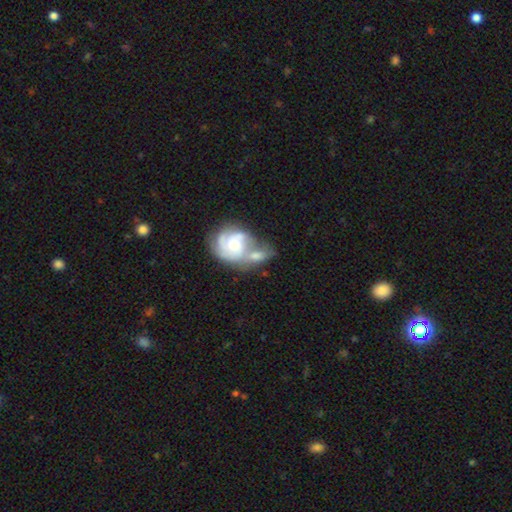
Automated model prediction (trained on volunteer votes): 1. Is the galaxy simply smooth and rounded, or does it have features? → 58% featured or disk, 35% smooth, 7% star or artifact.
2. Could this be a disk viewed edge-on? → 96% no, 4% yes.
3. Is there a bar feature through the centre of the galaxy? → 71% no, 24% weak, 5% strong.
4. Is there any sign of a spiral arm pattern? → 78% yes, 22% no.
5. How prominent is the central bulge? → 48% moderate, 31% small, 11% large, 7% none, 2% dominant.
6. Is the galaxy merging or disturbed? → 62% merger, 19% none, 10% minor disturbance, 9% major disturbance.